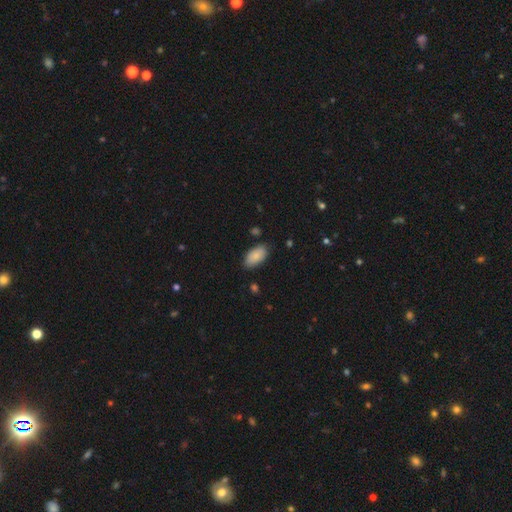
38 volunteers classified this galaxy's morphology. Q: Smooth or featured?
A: smooth (92%); runner-up: star or artifact (5%)
Q: How rounded?
A: in between (89%); runner-up: round (6%)
Q: Merging?
A: none (81%); runner-up: minor disturbance (14%)